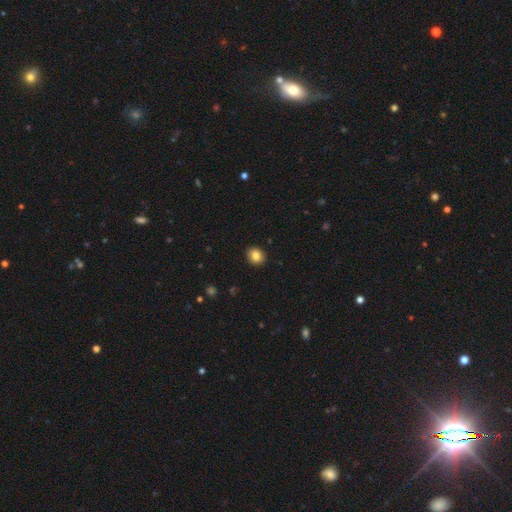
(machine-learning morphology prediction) Overall: smooth (85%). How rounded: round (74%). Merging: none (92%).